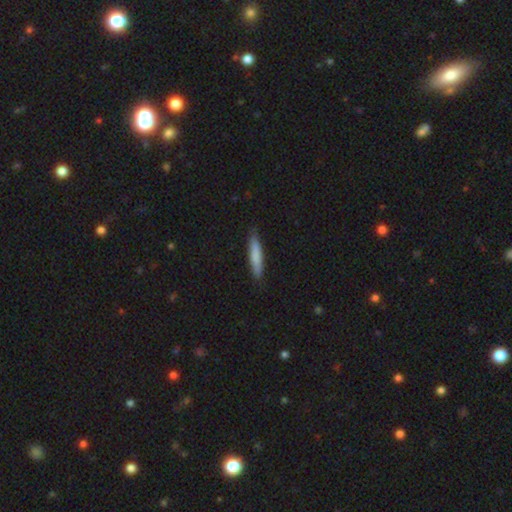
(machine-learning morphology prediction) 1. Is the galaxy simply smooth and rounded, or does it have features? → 79% smooth, 16% featured or disk, 5% star or artifact.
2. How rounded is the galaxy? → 88% cigar-shaped, 11% in between, 1% round.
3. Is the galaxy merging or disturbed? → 85% none, 12% minor disturbance, 2% major disturbance, 1% merger.